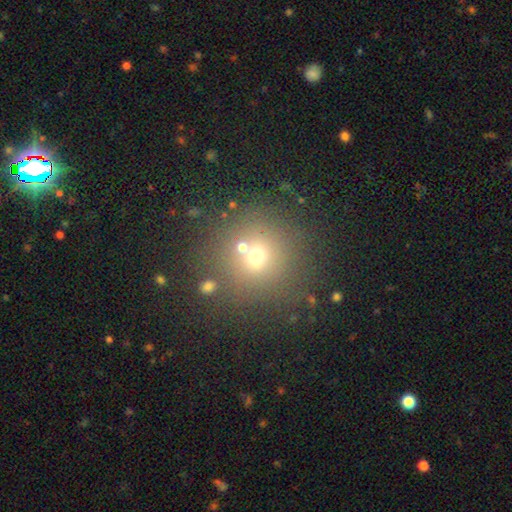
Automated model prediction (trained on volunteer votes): A smooth galaxy with no disk features (62%) that is round (92%).

Vote fractions:
- Smooth or featured? smooth: 62% / star or artifact: 24% / featured or disk: 14%
- How rounded? round: 92% / in between: 7% / cigar-shaped: 1%
- Merging? none: 72% / merger: 14% / minor disturbance: 9% / major disturbance: 5%